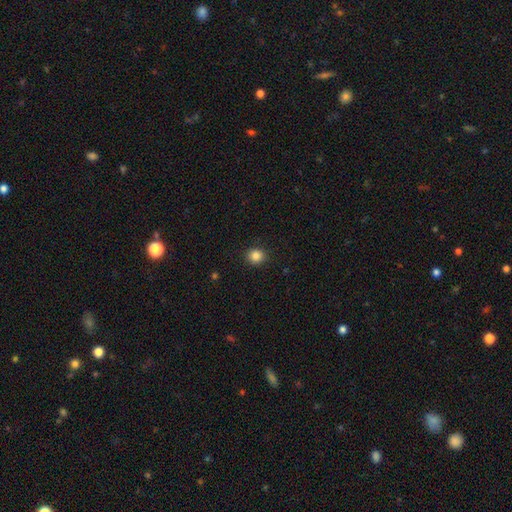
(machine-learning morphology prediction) smooth 85%, star or artifact 11%, featured or disk 4%. Down the decision tree: how rounded — round (85%); merging — none (91%).